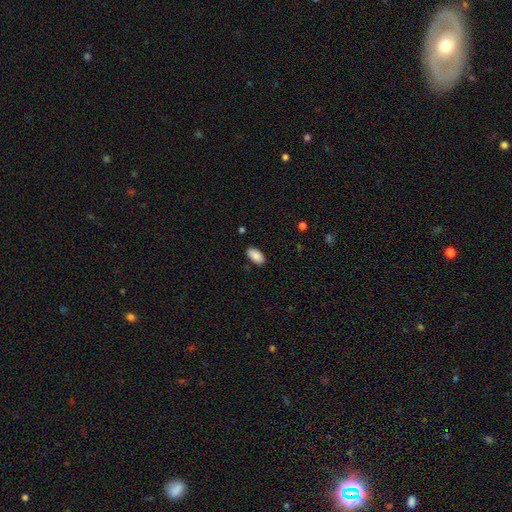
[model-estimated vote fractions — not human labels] A smooth galaxy with no disk features (87%) that is in between round and cigar-shaped (94%). Merging: none (84%).